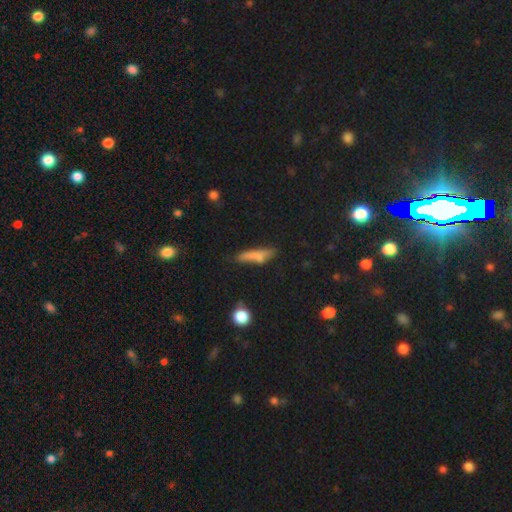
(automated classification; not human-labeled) smooth-or-featured: smooth: 70% | featured or disk: 20% | star or artifact: 10%
  how-rounded: cigar-shaped: 78% | in between: 19% | round: 3%
  merging: none: 58% | minor disturbance: 24% | major disturbance: 9% | merger: 8%